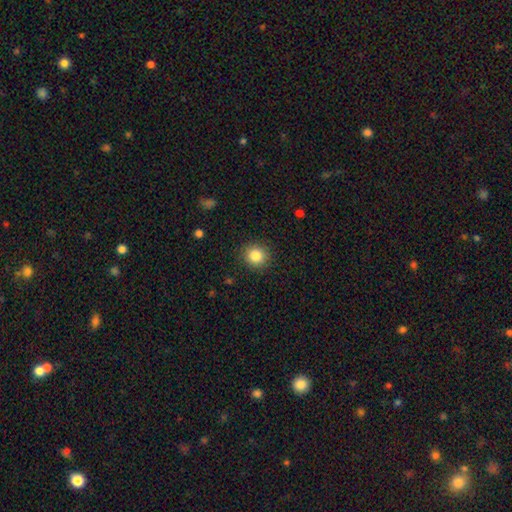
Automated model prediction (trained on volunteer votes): Smooth or featured? Predicted: smooth (p=0.84). How rounded? Predicted: round (p=0.89). Merging? Predicted: none (p=0.90).